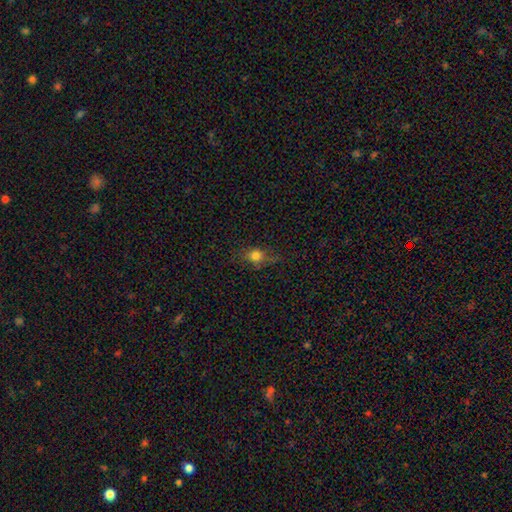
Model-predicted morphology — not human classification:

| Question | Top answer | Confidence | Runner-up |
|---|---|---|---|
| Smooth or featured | smooth | 72% | star or artifact (16%) |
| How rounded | round | 50% | in between (44%) |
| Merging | none | 69% | minor disturbance (21%) |